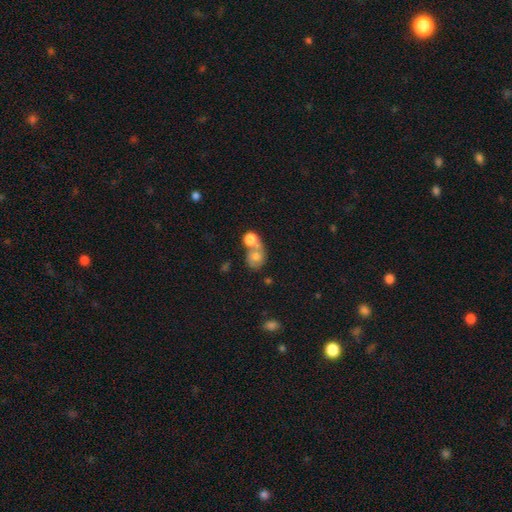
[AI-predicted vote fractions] Smooth or featured? smooth (68%)
How rounded? round (62%)
Merging? merger (54%)